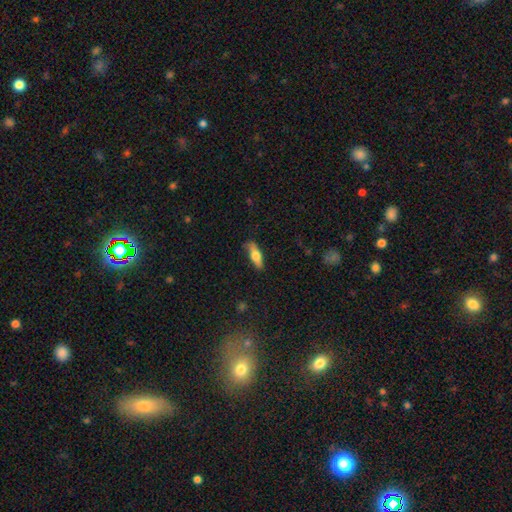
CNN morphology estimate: smooth_or_featured: smooth (p=0.60) [alt: featured or disk p=0.34]
how_rounded: cigar-shaped (p=0.50) [alt: in between p=0.47]
merging: none (p=0.72) [alt: minor disturbance p=0.21]